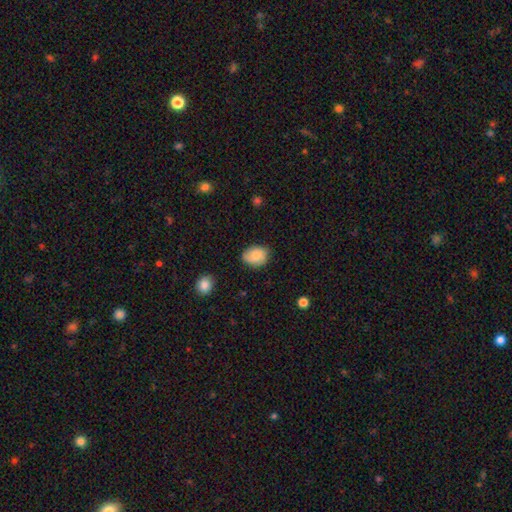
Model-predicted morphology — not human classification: Smooth or featured?
  - smooth: 82% *
  - featured or disk: 11%
  - star or artifact: 8%
How rounded?
  - in between: 62% *
  - round: 37%
  - cigar-shaped: 1%
Merging?
  - none: 74% *
  - minor disturbance: 21%
  - major disturbance: 4%
  - merger: 1%